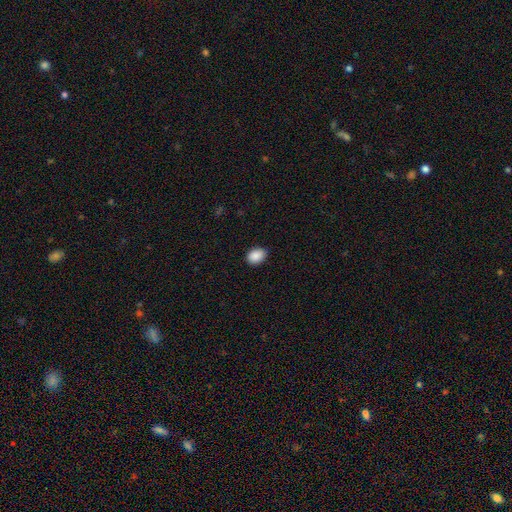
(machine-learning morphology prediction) A smooth galaxy with no disk features (89%) that is in between round and cigar-shaped (72%). Merging: none (86%).